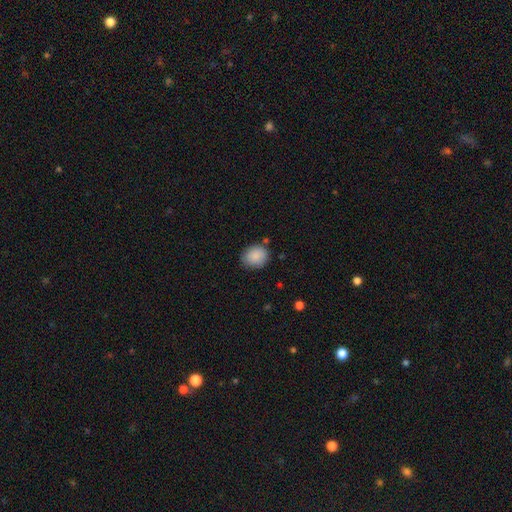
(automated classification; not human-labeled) Smooth or featured? Predicted: smooth (p=0.88). How rounded? Predicted: round (p=0.63). Merging? Predicted: none (p=0.80).